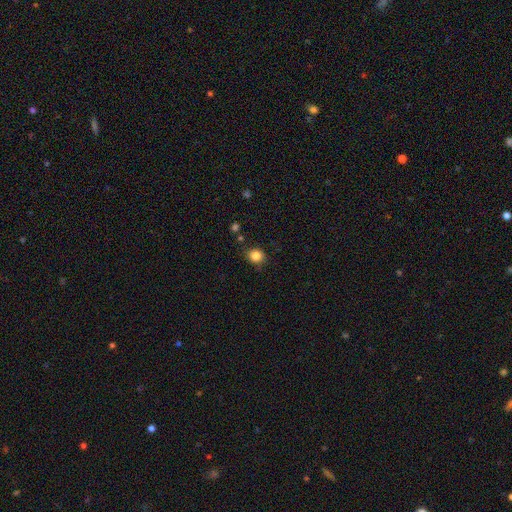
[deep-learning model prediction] Smooth or featured?
  - smooth: 85% *
  - star or artifact: 11%
  - featured or disk: 4%
How rounded?
  - round: 74% *
  - in between: 25%
  - cigar-shaped: 1%
Merging?
  - none: 84% *
  - minor disturbance: 11%
  - merger: 3%
  - major disturbance: 3%